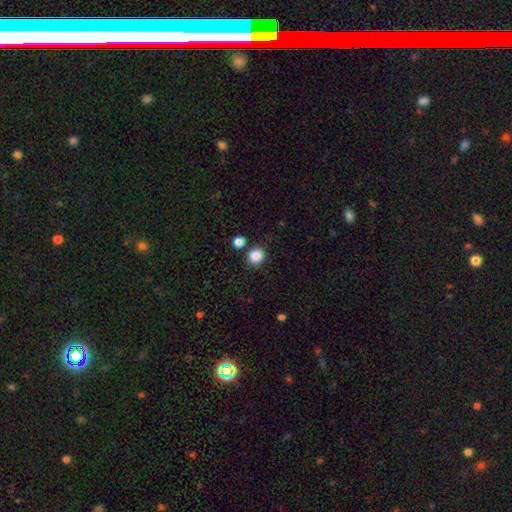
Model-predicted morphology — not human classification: This appears to be a smooth galaxy with no disk features (87%) that is round (88%). Merging: none (79%).